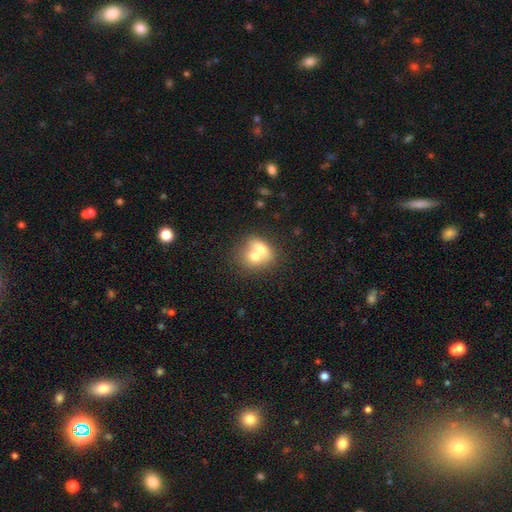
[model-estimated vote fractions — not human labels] A smooth galaxy with no disk features (65%) that is round (56%). Merging: merger (68%).